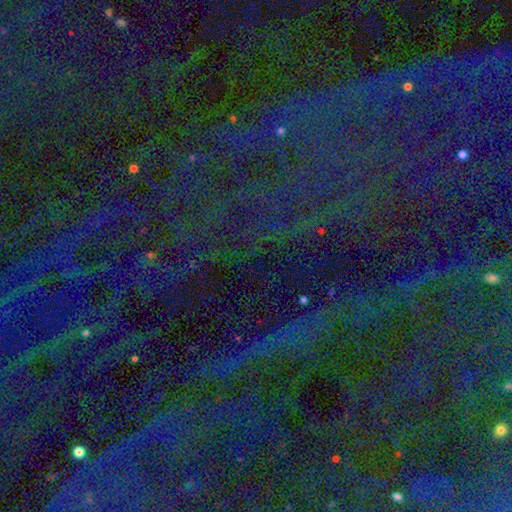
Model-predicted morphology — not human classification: smooth_or_featured: star or artifact (p=0.80) [alt: smooth p=0.11]